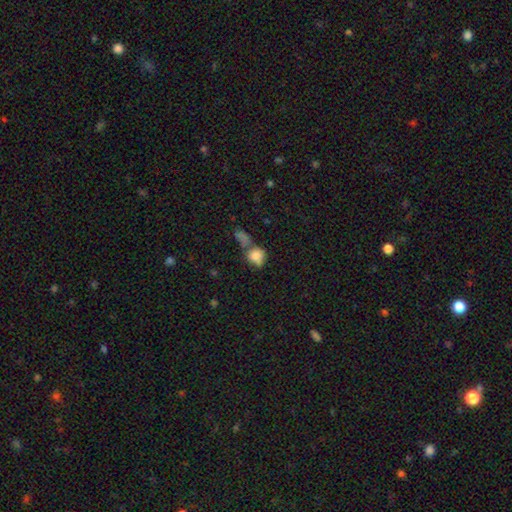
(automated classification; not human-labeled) Smooth or featured? Predicted: smooth (p=0.75). How rounded? Predicted: round (p=0.61). Merging? Predicted: merger (p=0.37).